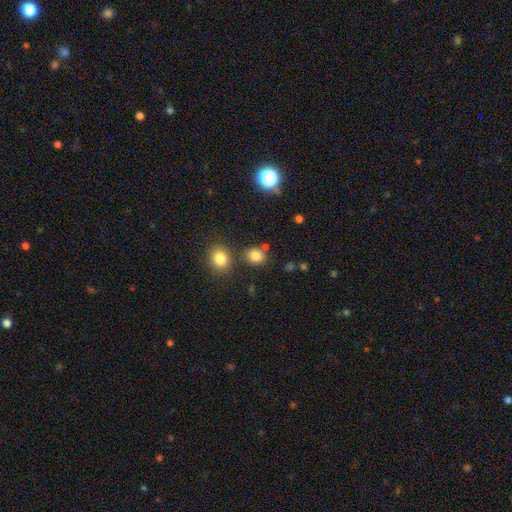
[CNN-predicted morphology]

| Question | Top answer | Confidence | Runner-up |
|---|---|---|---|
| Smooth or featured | smooth | 80% | star or artifact (14%) |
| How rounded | round | 70% | in between (29%) |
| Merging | none | 77% | merger (10%) |